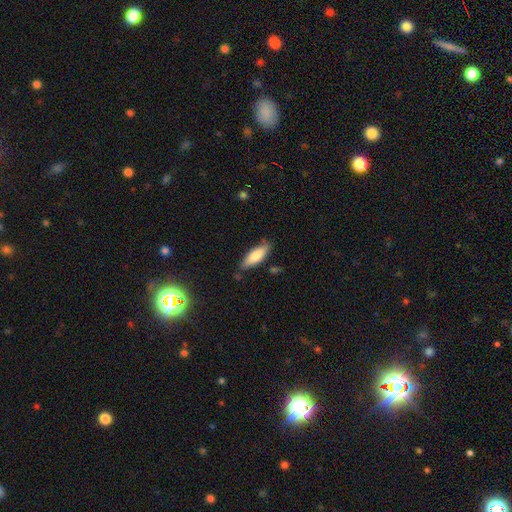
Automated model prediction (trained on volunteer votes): A smooth galaxy with no disk features (80%) that is in between round and cigar-shaped (58%). Merging: none (78%).